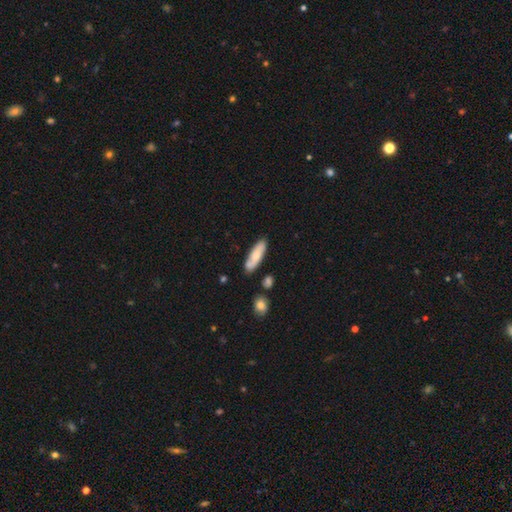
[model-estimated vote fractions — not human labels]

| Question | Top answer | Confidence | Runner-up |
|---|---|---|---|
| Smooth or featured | smooth | 68% | featured or disk (26%) |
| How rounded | cigar-shaped | 50% | in between (48%) |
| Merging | none | 78% | minor disturbance (14%) |